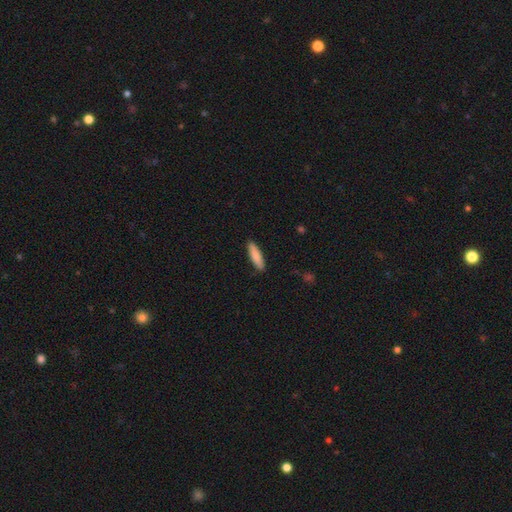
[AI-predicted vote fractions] Smooth or featured?
  - smooth: 85% *
  - featured or disk: 9%
  - star or artifact: 5%
How rounded?
  - cigar-shaped: 72% *
  - in between: 27%
  - round: 1%
Merging?
  - none: 90% *
  - minor disturbance: 8%
  - major disturbance: 2%
  - merger: 1%